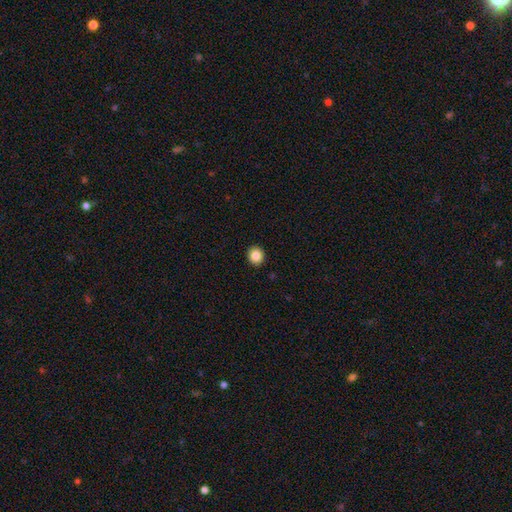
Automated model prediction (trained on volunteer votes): smooth-or-featured: smooth: 85% | star or artifact: 10% | featured or disk: 5%
  how-rounded: round: 83% | in between: 16% | cigar-shaped: 1%
  merging: none: 93% | minor disturbance: 5% | major disturbance: 2% | merger: 1%